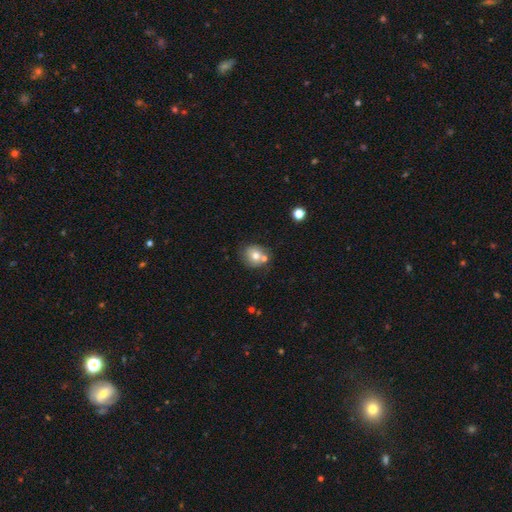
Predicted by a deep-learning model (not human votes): Smooth or featured? Predicted: smooth (p=0.70). How rounded? Predicted: round (p=0.80). Merging? Predicted: none (p=0.59).